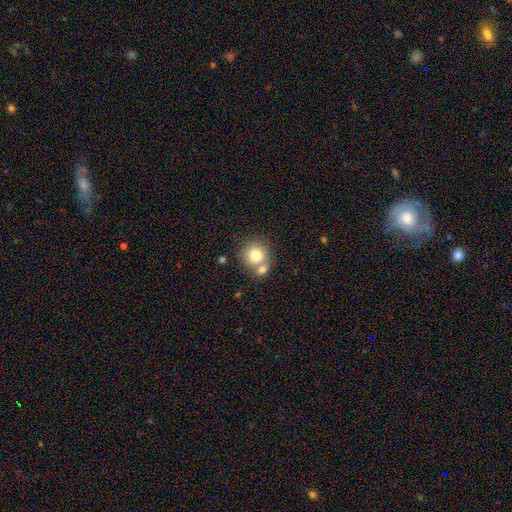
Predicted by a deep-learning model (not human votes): smooth_or_featured: smooth (p=0.78) [alt: featured or disk p=0.12]
how_rounded: round (p=0.89) [alt: in between p=0.10]
merging: none (p=0.54) [alt: merger p=0.34]